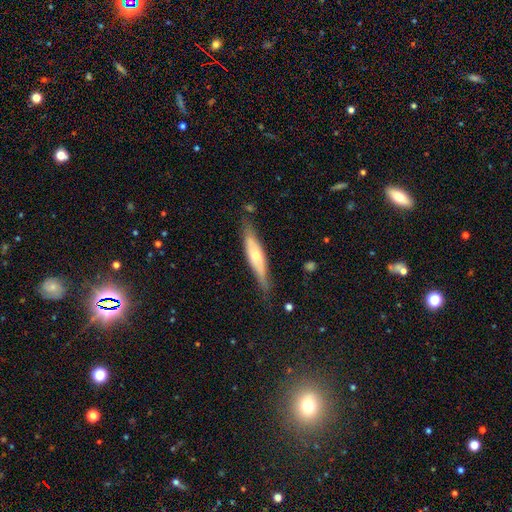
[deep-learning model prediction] Q: Smooth or featured?
A: featured or disk (48%); runner-up: smooth (47%)
Q: Merging?
A: none (72%); runner-up: minor disturbance (21%)